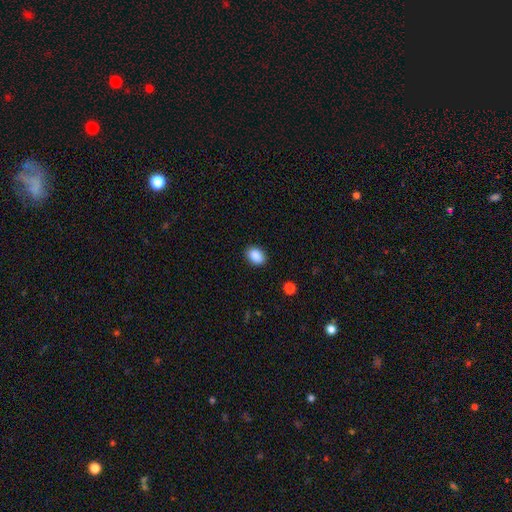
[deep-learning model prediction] Q: Smooth or featured?
A: smooth (89%); runner-up: star or artifact (8%)
Q: How rounded?
A: in between (77%); runner-up: round (22%)
Q: Merging?
A: none (89%); runner-up: minor disturbance (8%)